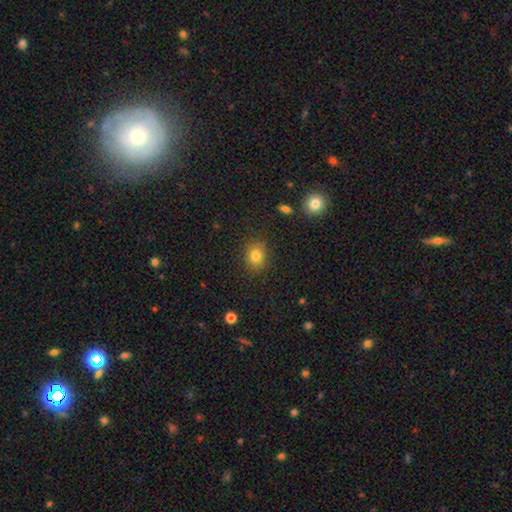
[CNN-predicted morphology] smooth-or-featured: smooth: 81% | star or artifact: 12% | featured or disk: 7%
  how-rounded: round: 65% | in between: 34% | cigar-shaped: 1%
  merging: none: 87% | minor disturbance: 9% | major disturbance: 3% | merger: 1%